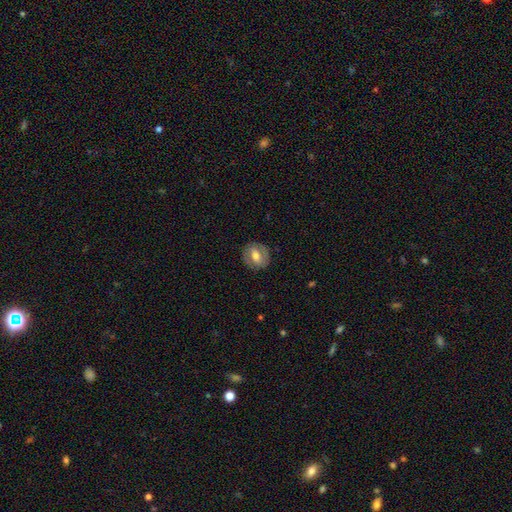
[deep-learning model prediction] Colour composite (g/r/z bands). It shows a featured or disk galaxy (47%). Merging: none (84%).